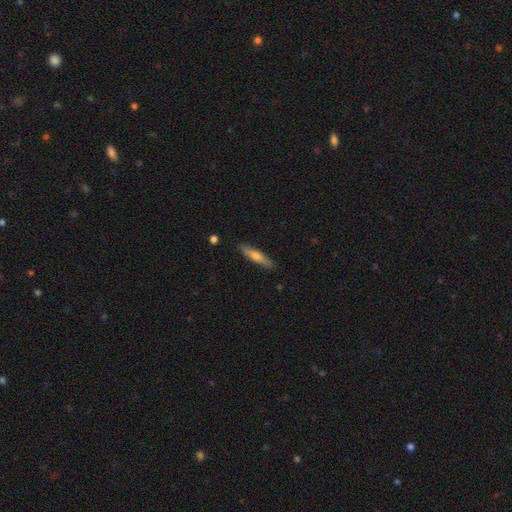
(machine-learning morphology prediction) A smooth galaxy with no disk features (58%) that is cigar-shaped (84%). Merging: none (88%).